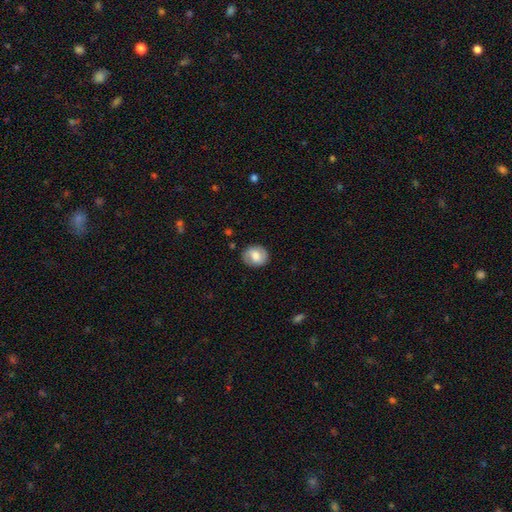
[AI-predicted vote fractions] Smooth or featured?
  - smooth: 54% *
  - featured or disk: 39%
  - star or artifact: 7%
How rounded?
  - round: 71% *
  - in between: 28%
  - cigar-shaped: 1%
Merging?
  - none: 84% *
  - minor disturbance: 12%
  - major disturbance: 3%
  - merger: 1%